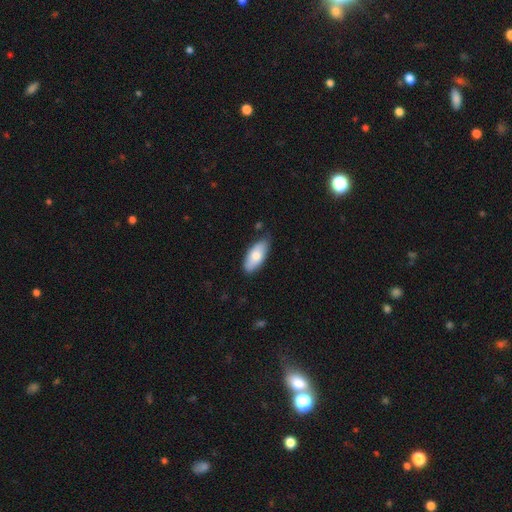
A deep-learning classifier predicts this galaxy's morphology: A smooth galaxy with no disk features (75%) that is in between round and cigar-shaped (87%). Merging: none (77%).